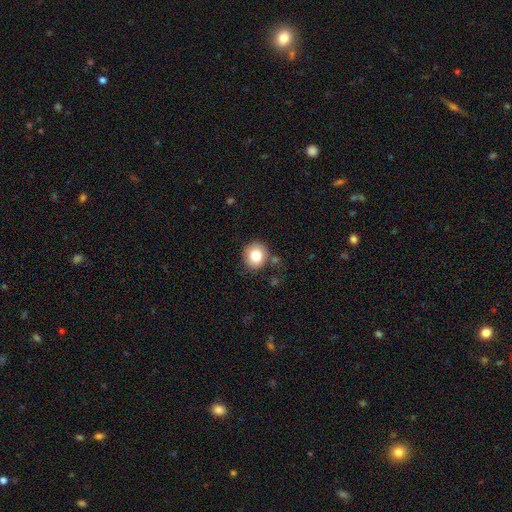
Overall: smooth (81%). How rounded: round (93%). Merging: none (80%).